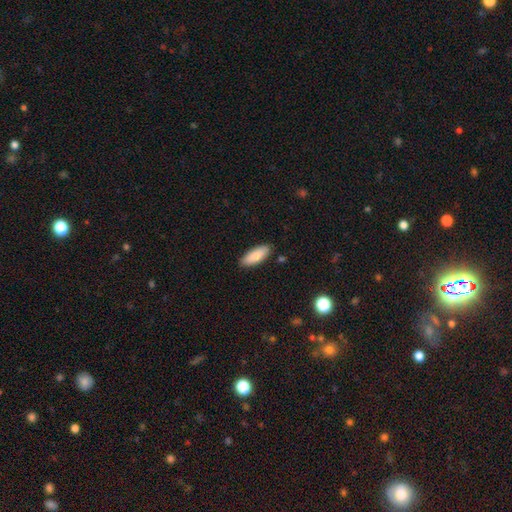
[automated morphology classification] Smooth or featured: smooth — 85% (featured or disk — 9%)
How rounded: in between — 75% (cigar-shaped — 23%)
Merging: none — 87% (minor disturbance — 10%)